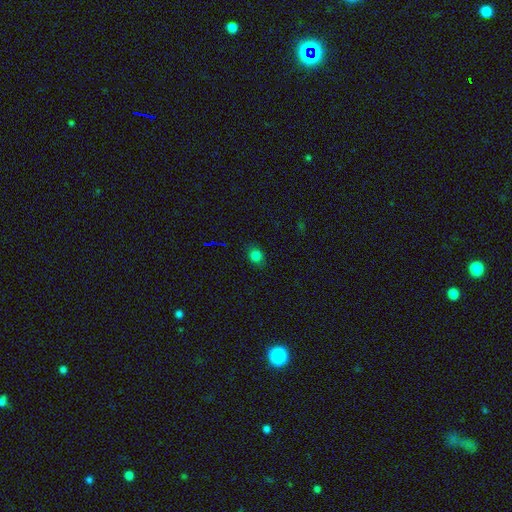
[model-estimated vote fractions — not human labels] smooth-or-featured: smooth: 78% | star or artifact: 18% | featured or disk: 5%
  how-rounded: round: 66% | in between: 33% | cigar-shaped: 1%
  merging: none: 84% | minor disturbance: 12% | major disturbance: 3% | merger: 1%